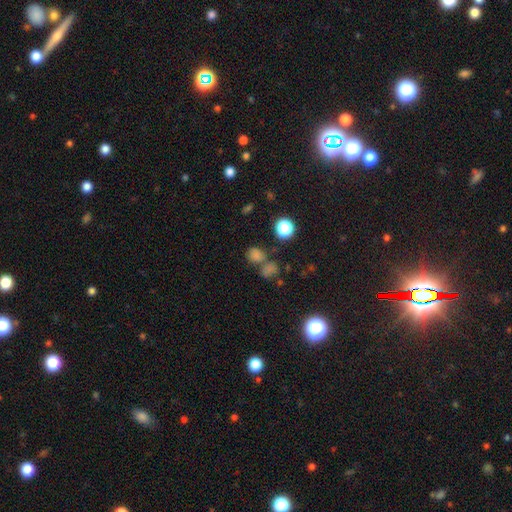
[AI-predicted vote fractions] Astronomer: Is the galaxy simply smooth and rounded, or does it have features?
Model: smooth — 61%.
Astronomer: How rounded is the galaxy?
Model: round — 67%.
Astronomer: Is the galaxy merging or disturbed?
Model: none — 54% (runner-up: merger, 30%).